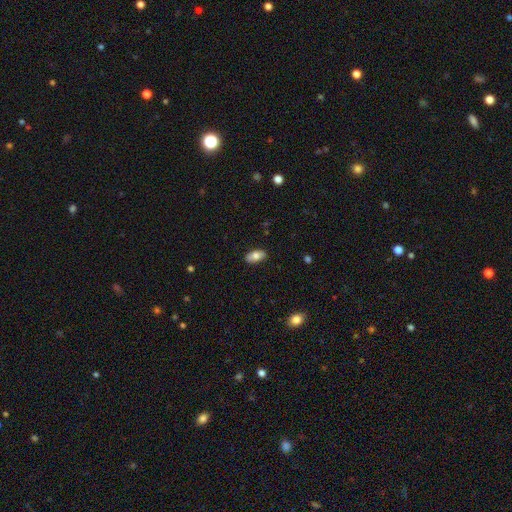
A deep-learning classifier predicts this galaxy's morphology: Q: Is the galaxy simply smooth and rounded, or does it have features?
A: smooth — 77%.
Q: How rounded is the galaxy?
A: in between — 92%.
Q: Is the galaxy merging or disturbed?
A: none — 87%.